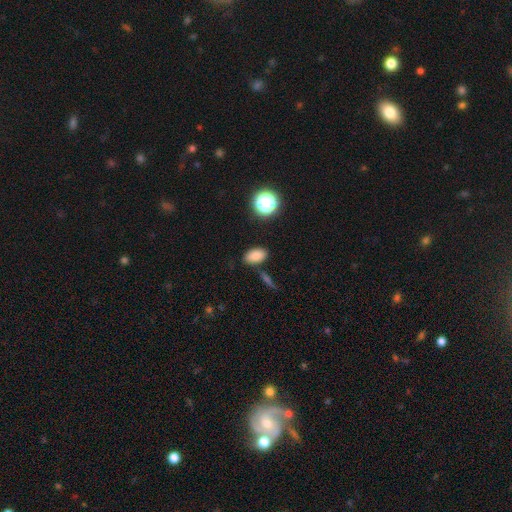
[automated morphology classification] smooth 82%, star or artifact 12%, featured or disk 5%. Down the decision tree: how rounded — in between (87%); merging — none (82%).